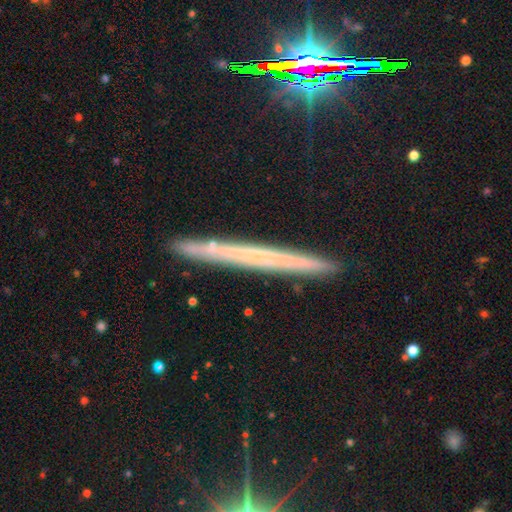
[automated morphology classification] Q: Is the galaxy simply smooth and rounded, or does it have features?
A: featured or disk — 55%.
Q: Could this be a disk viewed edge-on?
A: yes — 95%.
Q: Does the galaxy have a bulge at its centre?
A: none — 87%.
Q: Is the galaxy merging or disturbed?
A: none — 88%.